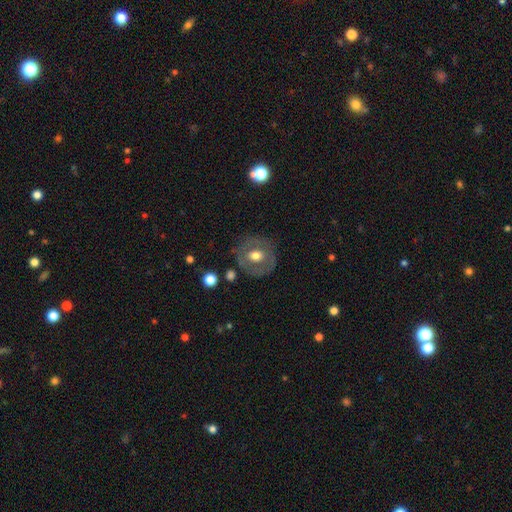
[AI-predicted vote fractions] smooth 48%, featured or disk 44%, star or artifact 7%. Down the decision tree: merging — none (78%).